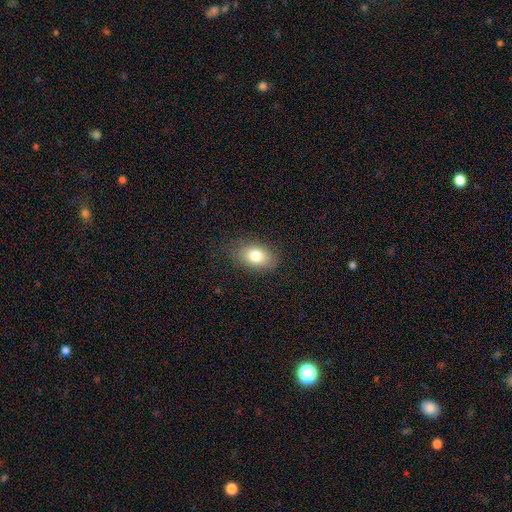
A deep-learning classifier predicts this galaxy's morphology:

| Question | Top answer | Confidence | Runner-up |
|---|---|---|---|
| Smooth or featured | smooth | 79% | featured or disk (12%) |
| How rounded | in between | 86% | round (13%) |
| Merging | none | 80% | minor disturbance (15%) |